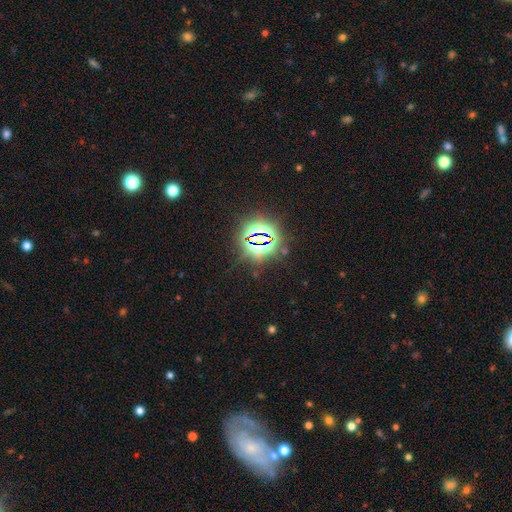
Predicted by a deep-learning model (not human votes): The model was most divided on "smooth or featured": star or artifact: 82%, smooth: 11%, featured or disk: 7%.